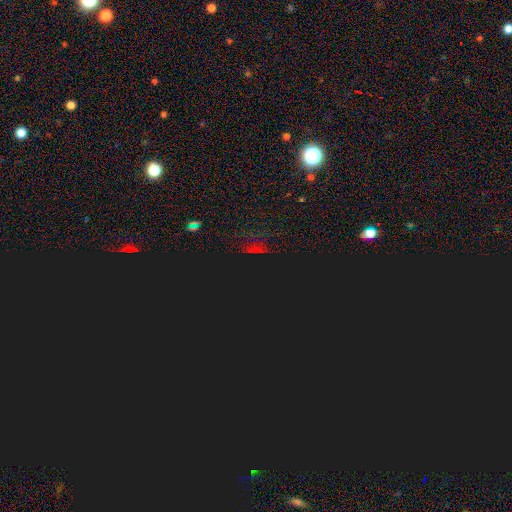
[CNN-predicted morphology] Q: Smooth or featured?
A: star or artifact (81%); runner-up: smooth (13%)